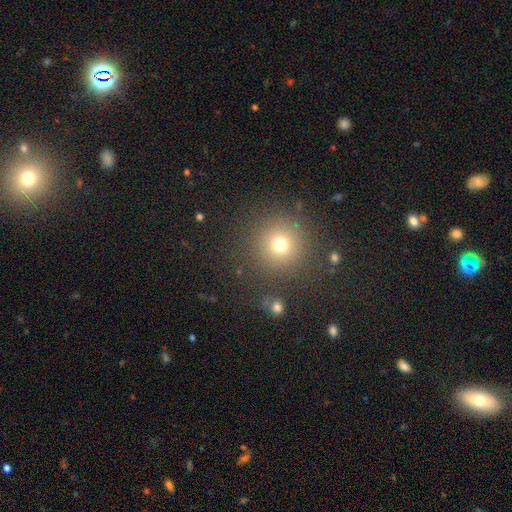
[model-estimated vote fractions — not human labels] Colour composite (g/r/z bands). It shows a smooth galaxy with no disk features (56%) that is round (95%). Merging: none (89%).